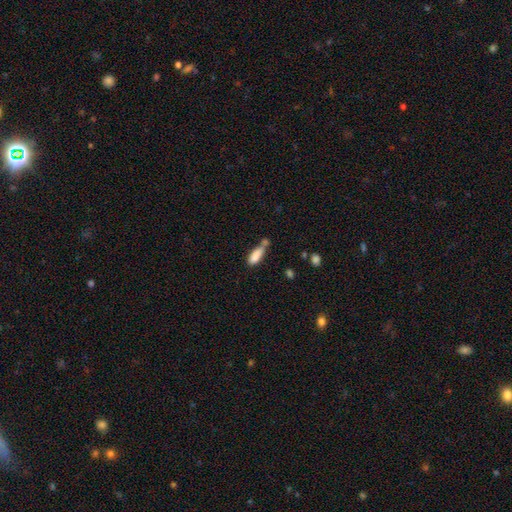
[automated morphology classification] The model was most divided on "merging": none: 38%, merger: 33%, minor disturbance: 22%, major disturbance: 8%. More confident: smooth or featured — smooth (84%); how rounded — in between (65%).